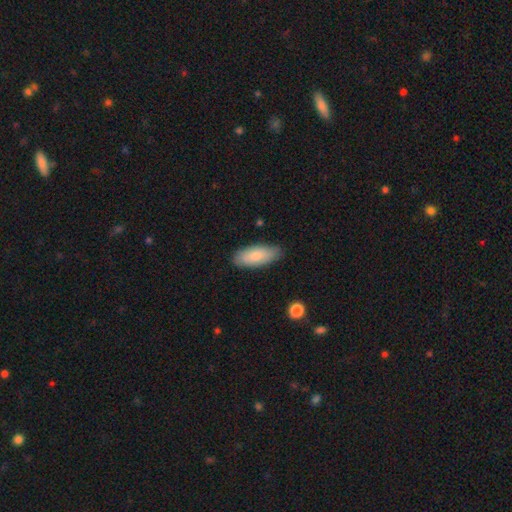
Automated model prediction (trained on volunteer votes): smooth-or-featured: smooth: 83% | featured or disk: 11% | star or artifact: 5%
  how-rounded: in between: 81% | cigar-shaped: 17% | round: 2%
  merging: none: 84% | minor disturbance: 13% | major disturbance: 2% | merger: 1%